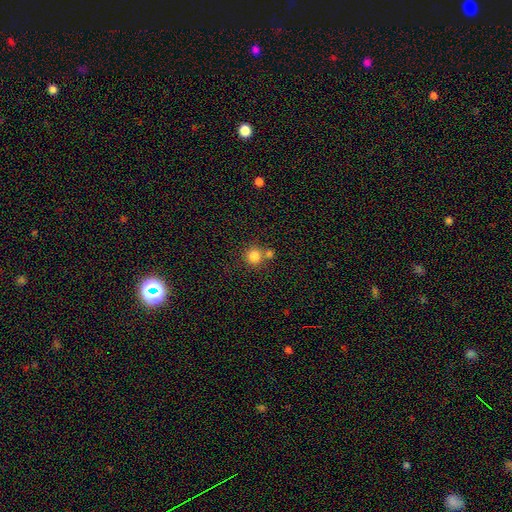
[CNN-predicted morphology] A smooth galaxy with no disk features (83%) that is round (93%).

Vote fractions:
- Smooth or featured? smooth: 83% / star or artifact: 11% / featured or disk: 6%
- How rounded? round: 93% / in between: 6% / cigar-shaped: 1%
- Merging? none: 64% / merger: 26% / minor disturbance: 8% / major disturbance: 3%